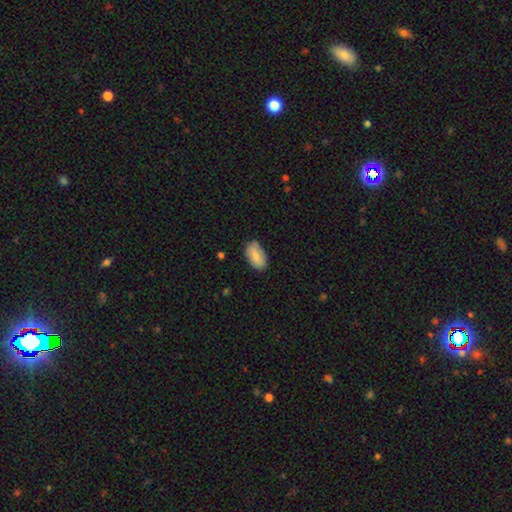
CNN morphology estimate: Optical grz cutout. It shows a smooth galaxy with no disk features (84%) that is in between round and cigar-shaped (94%). Merging: none (80%).